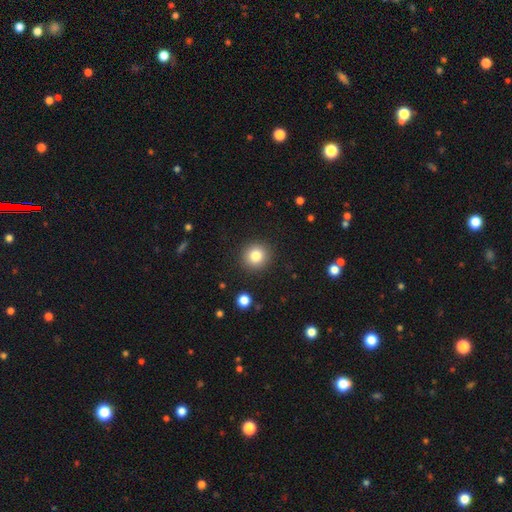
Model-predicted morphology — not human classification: A smooth galaxy with no disk features (83%) that is round (92%).

Vote fractions:
- Smooth or featured? smooth: 83% / star or artifact: 10% / featured or disk: 7%
- How rounded? round: 92% / in between: 7% / cigar-shaped: 1%
- Merging? none: 90% / minor disturbance: 6% / major disturbance: 2% / merger: 1%